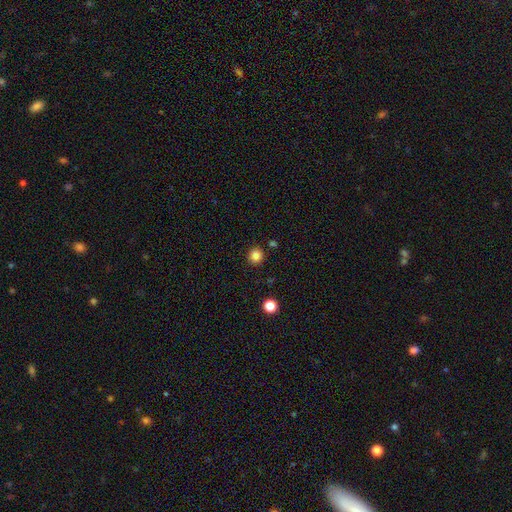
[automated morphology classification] smooth 84%, star or artifact 12%, featured or disk 4%. Down the decision tree: how rounded — round (92%); merging — none (90%).